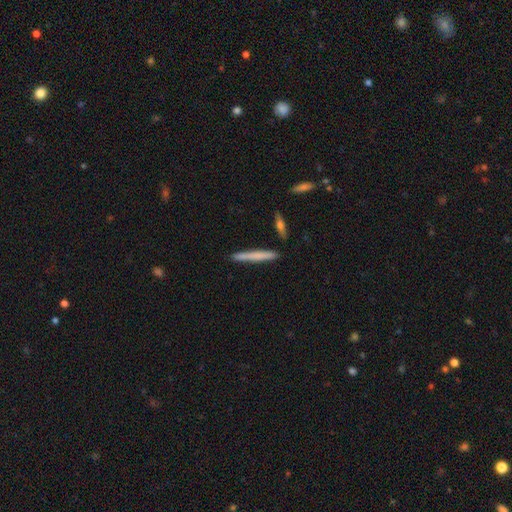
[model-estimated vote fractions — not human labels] smooth-or-featured: smooth: 62% | featured or disk: 31% | star or artifact: 6%
  how-rounded: cigar-shaped: 96% | in between: 2% | round: 1%
  merging: none: 88% | minor disturbance: 8% | merger: 2% | major disturbance: 2%